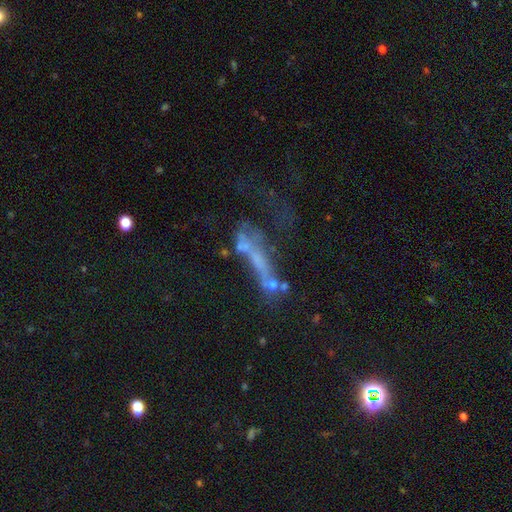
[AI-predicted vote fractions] A featured or disk galaxy (43%). Merging: merger (33%).